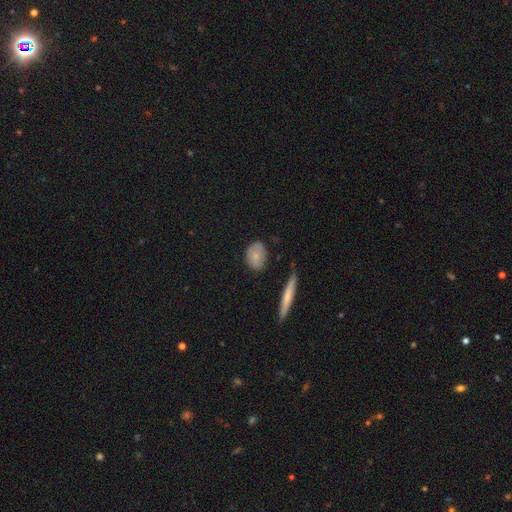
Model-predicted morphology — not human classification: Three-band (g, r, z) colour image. It shows a smooth galaxy with no disk features (72%) that is in between round and cigar-shaped (62%). Merging: none (71%).